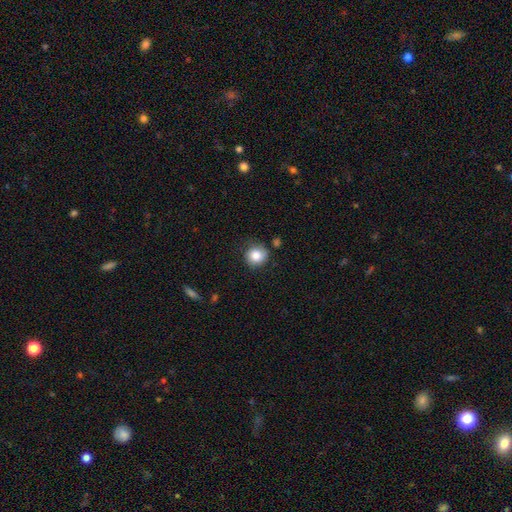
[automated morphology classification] Q: Smooth or featured?
A: smooth (84%); runner-up: star or artifact (9%)
Q: How rounded?
A: round (88%); runner-up: in between (11%)
Q: Merging?
A: none (78%); runner-up: minor disturbance (15%)